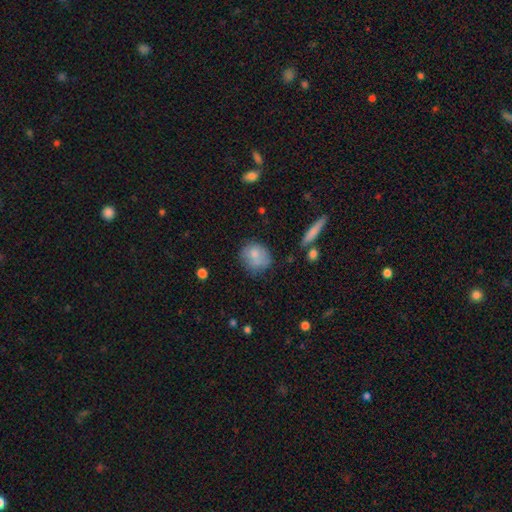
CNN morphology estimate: smooth_or_featured: smooth (p=0.77) [alt: featured or disk p=0.15]
how_rounded: round (p=0.73) [alt: in between p=0.26]
merging: none (p=0.61) [alt: minor disturbance p=0.26]